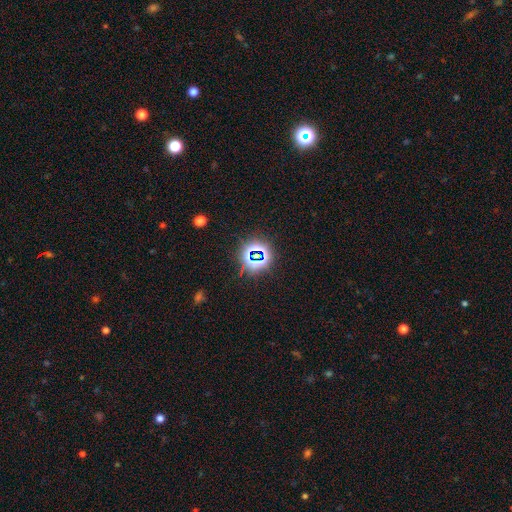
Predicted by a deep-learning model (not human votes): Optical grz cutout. It shows a star or artifact, not a galaxy (75%).